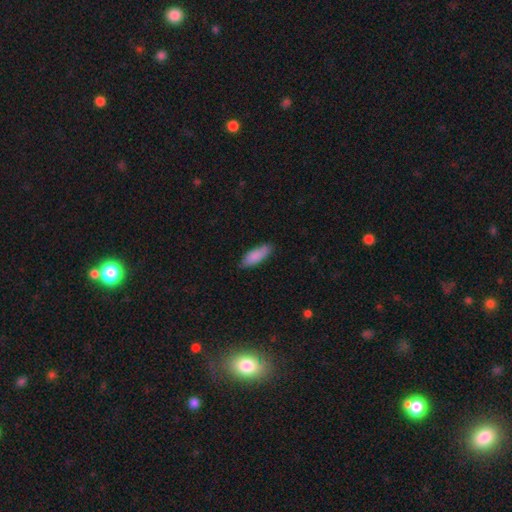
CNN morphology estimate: Smooth or featured? Predicted: smooth (p=0.86). How rounded? Predicted: in between (p=0.68). Merging? Predicted: none (p=0.80).